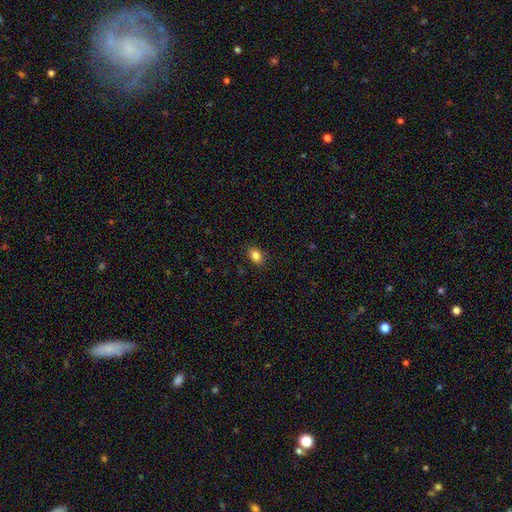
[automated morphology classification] A smooth galaxy with no disk features (85%) that is in between round and cigar-shaped (77%).

Vote fractions:
- Smooth or featured? smooth: 85% / star or artifact: 10% / featured or disk: 6%
- How rounded? in between: 77% / round: 22% / cigar-shaped: 1%
- Merging? none: 87% / minor disturbance: 10% / major disturbance: 2% / merger: 1%